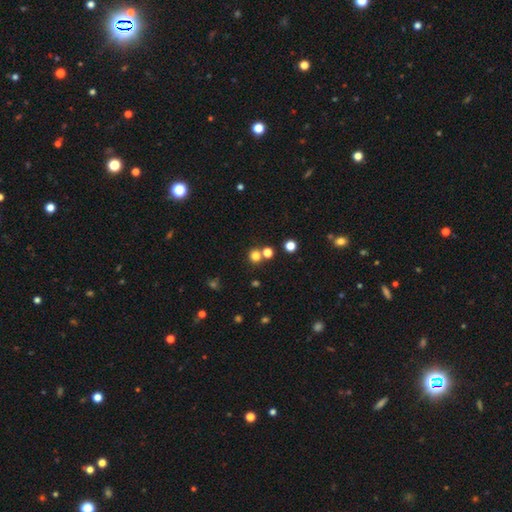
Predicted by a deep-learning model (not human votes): The model was most divided on "merging": none: 68%, merger: 21%, minor disturbance: 7%, major disturbance: 3%. More confident: how rounded — round (90%); smooth or featured — smooth (75%).